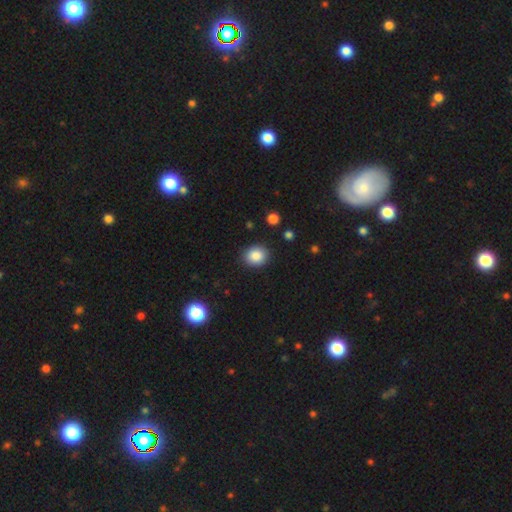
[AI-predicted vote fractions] The model was most divided on "how rounded": round: 63%, in between: 36%, cigar-shaped: 1%. More confident: merging — none (88%); smooth or featured — smooth (87%).